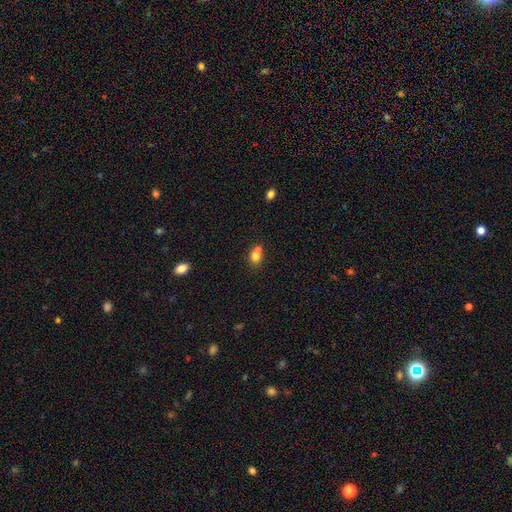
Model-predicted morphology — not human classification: type=smooth (76%); roundness=round (71%); merging=merger (47%).